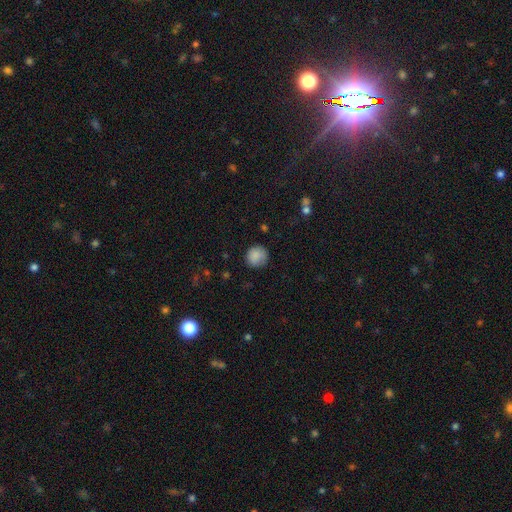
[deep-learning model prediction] This is clearly a smooth galaxy (86%). How rounded: clearly round (91%). Merging: likely none (79%).